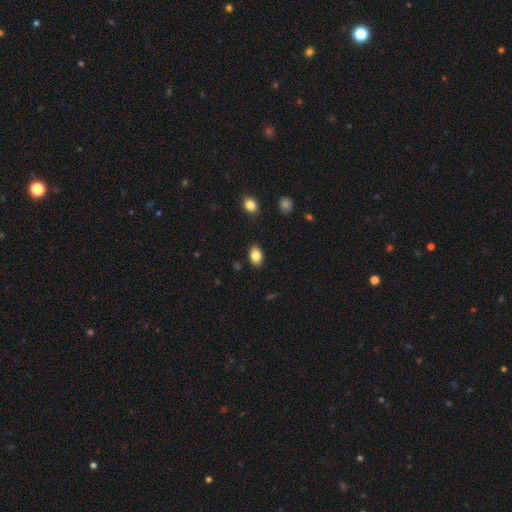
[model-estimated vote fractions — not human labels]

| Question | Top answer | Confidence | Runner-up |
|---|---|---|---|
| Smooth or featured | smooth | 84% | star or artifact (8%) |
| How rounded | in between | 86% | round (13%) |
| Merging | none | 88% | minor disturbance (9%) |